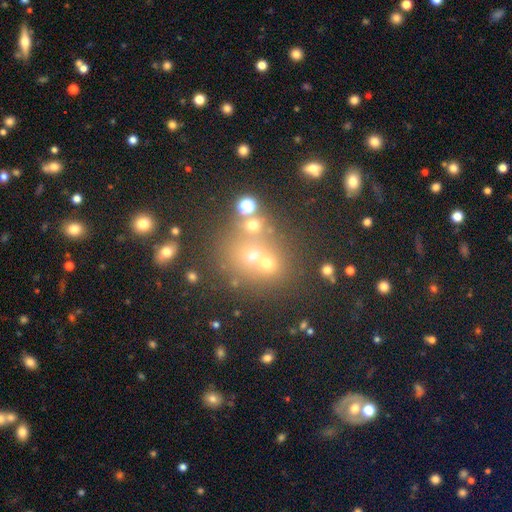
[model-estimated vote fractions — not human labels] This appears to be a smooth galaxy with no disk features (49%). Merging: none (49%).